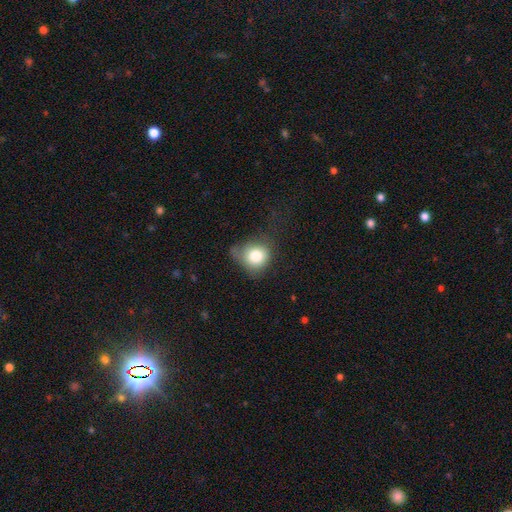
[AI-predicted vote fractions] This is likely a smooth galaxy (78%). How rounded: likely round (73%). Merging: marginally none (41%).